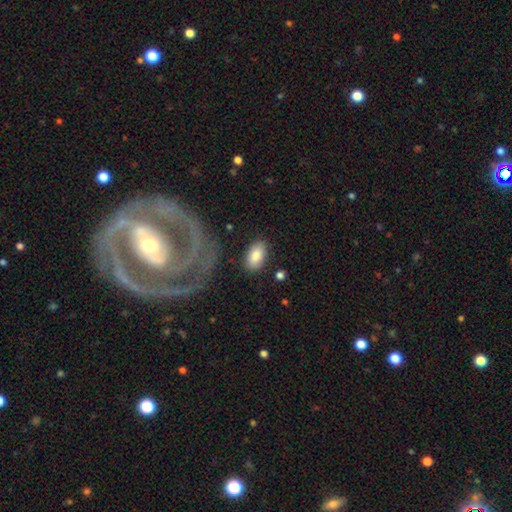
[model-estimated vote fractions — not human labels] Overall: smooth (86%). How rounded: in between (93%). Merging: none (82%).